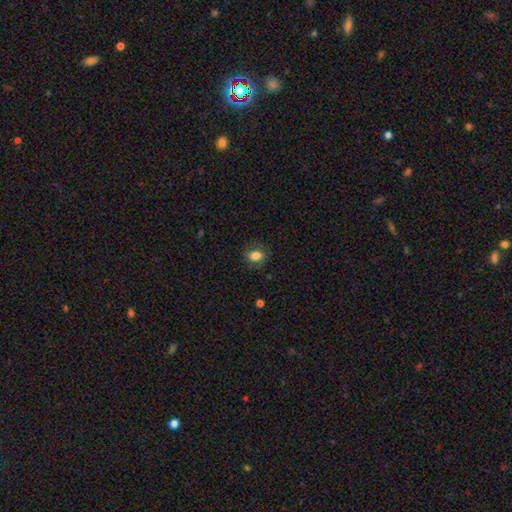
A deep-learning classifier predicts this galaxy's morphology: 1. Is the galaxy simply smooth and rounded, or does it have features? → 82% smooth, 10% star or artifact, 9% featured or disk.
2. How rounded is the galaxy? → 61% in between, 37% round, 1% cigar-shaped.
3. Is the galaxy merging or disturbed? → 79% none, 15% minor disturbance, 5% major disturbance, 1% merger.